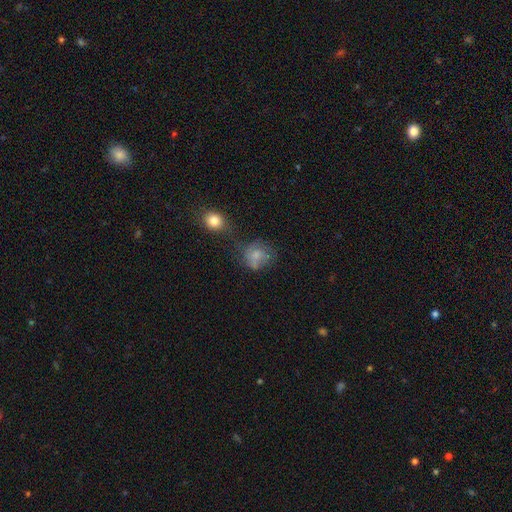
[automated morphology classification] smooth-or-featured: smooth: 66% | featured or disk: 21% | star or artifact: 13%
  how-rounded: round: 69% | in between: 30% | cigar-shaped: 1%
  merging: none: 41% | minor disturbance: 23% | merger: 19% | major disturbance: 18%